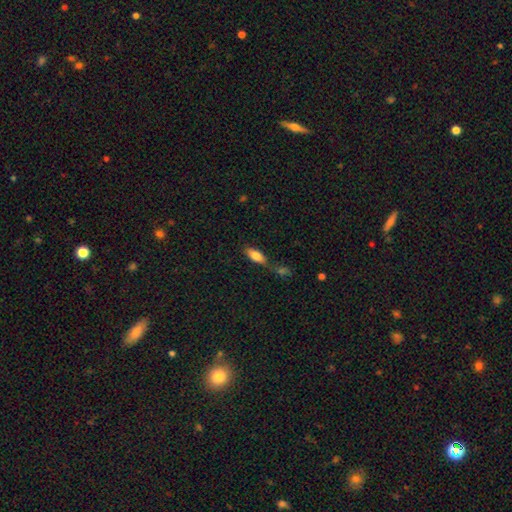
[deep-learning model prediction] Smooth or featured?
  - smooth: 76% *
  - featured or disk: 16%
  - star or artifact: 8%
How rounded?
  - in between: 79% *
  - cigar-shaped: 19%
  - round: 3%
Merging?
  - none: 60% *
  - merger: 19%
  - minor disturbance: 16%
  - major disturbance: 5%